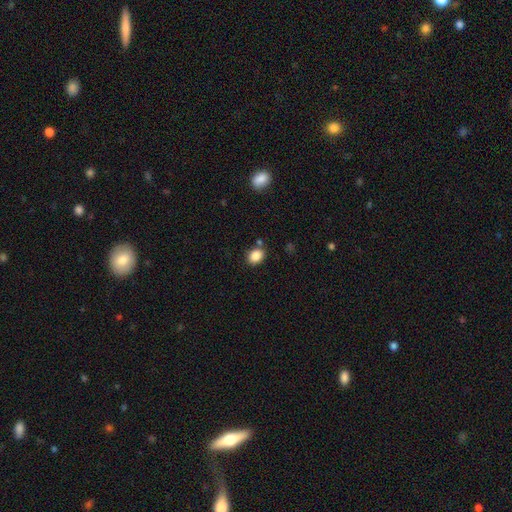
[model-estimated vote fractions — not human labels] Overall: smooth (86%). How rounded: in between (53%; round 46%). Merging: none (77%).